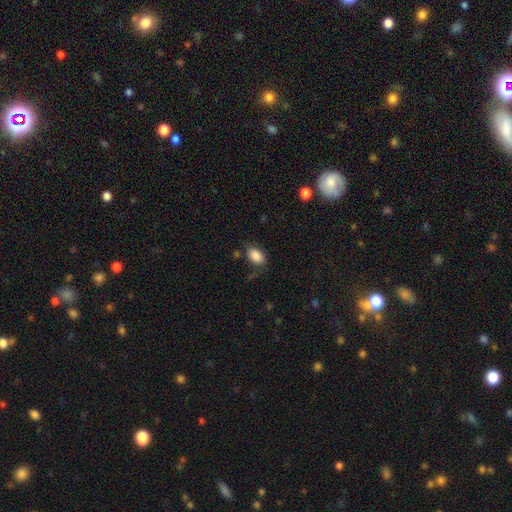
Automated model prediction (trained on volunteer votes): smooth-or-featured: smooth: 86% | star or artifact: 8% | featured or disk: 6%
  how-rounded: in between: 87% | round: 11% | cigar-shaped: 1%
  merging: none: 73% | minor disturbance: 18% | major disturbance: 5% | merger: 3%